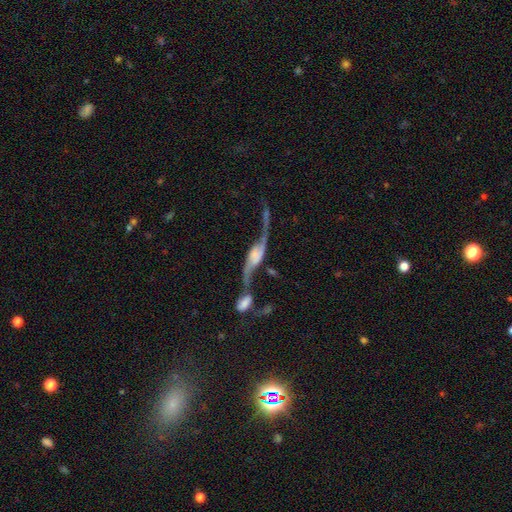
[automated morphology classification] smooth_or_featured: featured or disk (p=0.81) [alt: smooth p=0.13]
disk_edge_on: no (p=0.81) [alt: yes p=0.19]
bar: no (p=0.49) [alt: weak p=0.31]
has_spiral_arms: yes (p=0.88) [alt: no p=0.12]
spiral_winding: loose (p=0.92) [alt: medium p=0.05]
spiral_arm_count: 2 (p=0.92) [alt: 1 p=0.03]
bulge_size: none (p=0.48) [alt: small p=0.18]
merging: merger (p=0.46) [alt: none p=0.24]